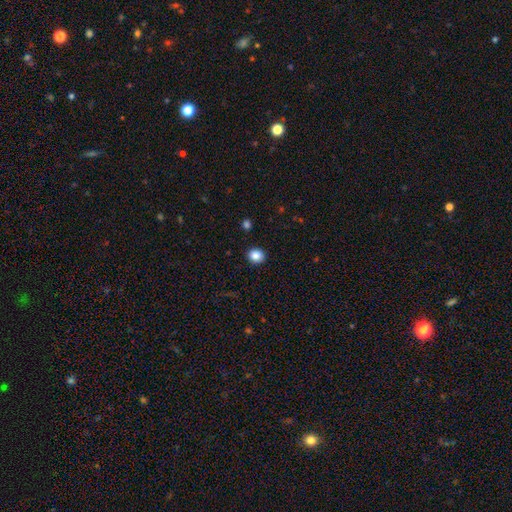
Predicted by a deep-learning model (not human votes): smooth 86%, star or artifact 10%, featured or disk 4%. Down the decision tree: how rounded — round (71%); merging — none (91%).